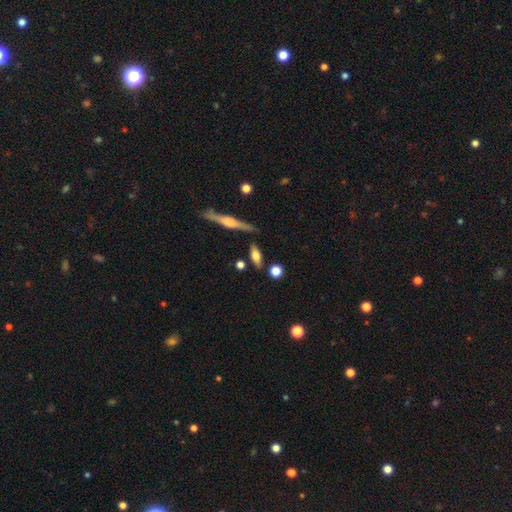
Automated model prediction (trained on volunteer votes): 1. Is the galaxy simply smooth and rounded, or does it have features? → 63% smooth, 29% featured or disk, 8% star or artifact.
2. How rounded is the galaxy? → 62% in between, 33% cigar-shaped, 6% round.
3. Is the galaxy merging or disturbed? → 78% none, 12% minor disturbance, 6% merger, 3% major disturbance.